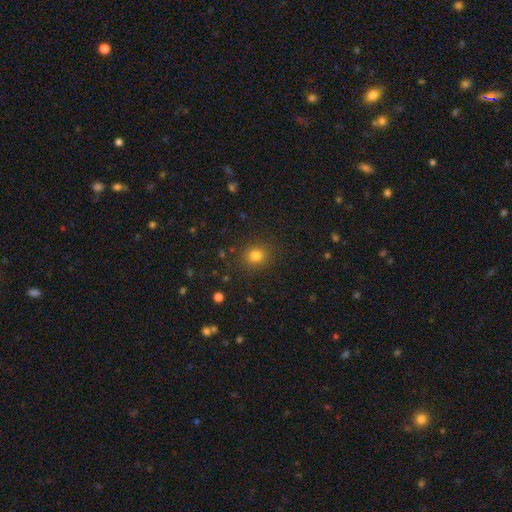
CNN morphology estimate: This is clearly a smooth galaxy (81%). How rounded: likely round (78%). Merging: clearly none (87%).